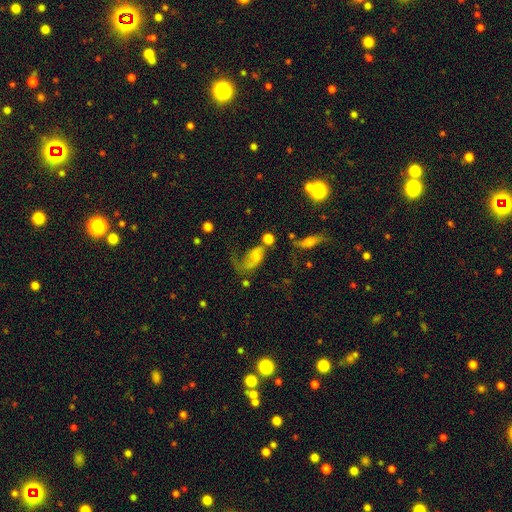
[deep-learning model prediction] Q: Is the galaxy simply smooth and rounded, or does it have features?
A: featured or disk — 45%.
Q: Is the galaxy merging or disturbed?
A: major disturbance — 44%.